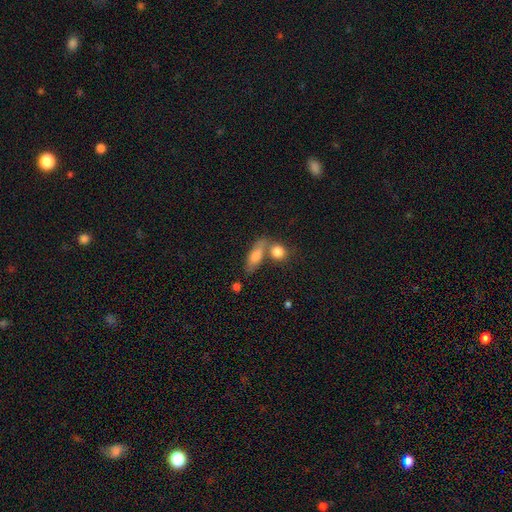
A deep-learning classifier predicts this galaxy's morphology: Smooth or featured? Predicted: smooth (p=0.72). How rounded? Predicted: in between (p=0.62). Merging? Predicted: none (p=0.52).